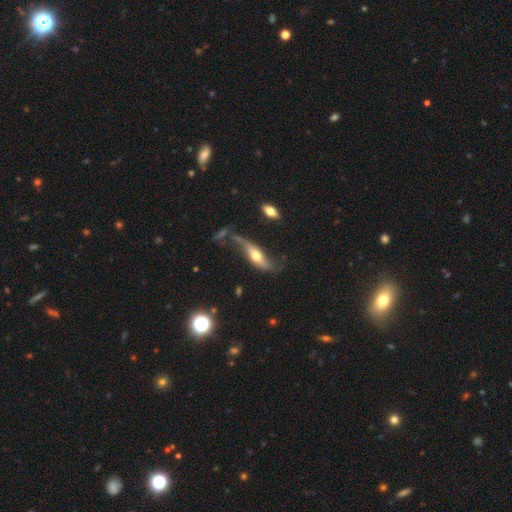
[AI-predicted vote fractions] Smooth or featured: featured or disk — 69% (smooth — 24%)
Edge-on disk: no — 71% (yes — 29%)
Merging: none — 42% (minor disturbance — 26%)